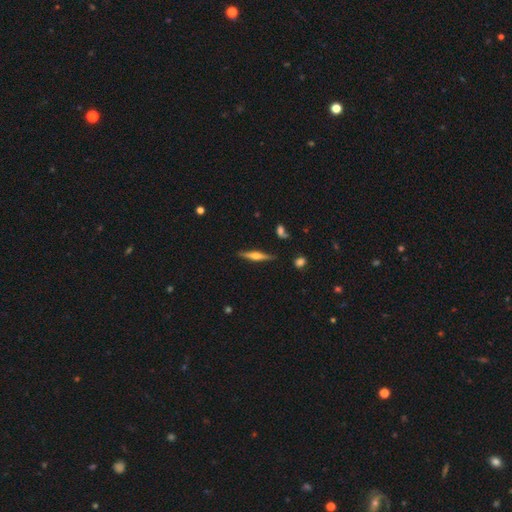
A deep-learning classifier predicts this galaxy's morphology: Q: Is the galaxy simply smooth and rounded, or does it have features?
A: featured or disk — 68%.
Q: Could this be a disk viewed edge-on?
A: yes — 97%.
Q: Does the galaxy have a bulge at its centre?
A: rounded — 88%.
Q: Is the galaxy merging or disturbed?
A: none — 87%.